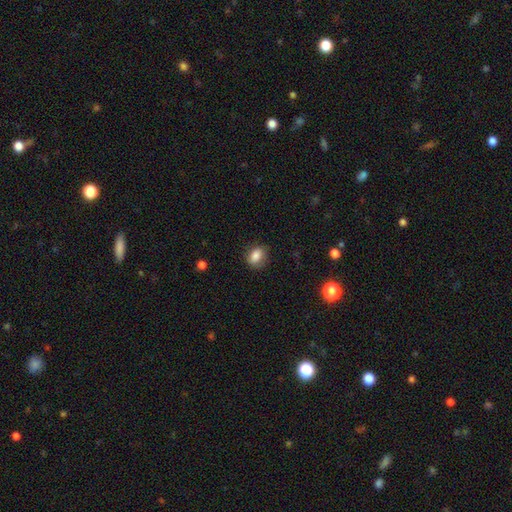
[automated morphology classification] The model was most divided on "how rounded": in between: 66%, round: 33%, cigar-shaped: 2%. More confident: smooth or featured — smooth (84%); merging — none (80%).